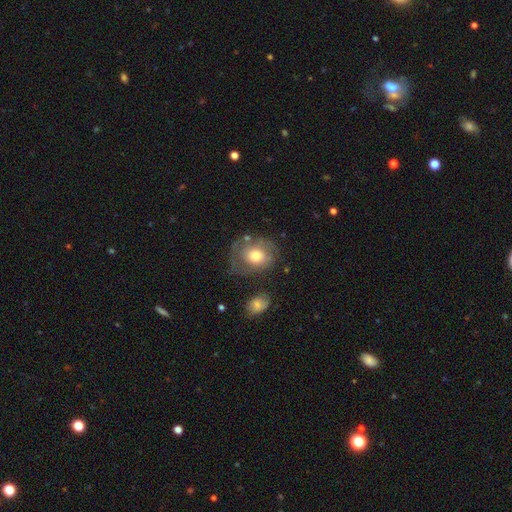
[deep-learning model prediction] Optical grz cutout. It shows a smooth galaxy with no disk features (53%) that is round (59%). Merging: none (55%).